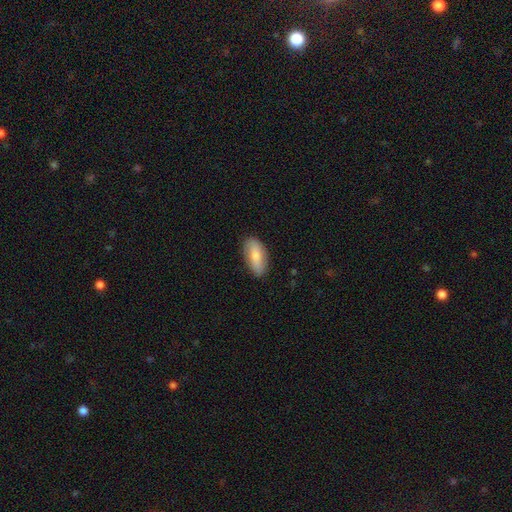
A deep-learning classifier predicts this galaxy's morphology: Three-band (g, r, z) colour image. It shows a smooth galaxy with no disk features (75%) that is in between round and cigar-shaped (86%). Merging: none (84%).